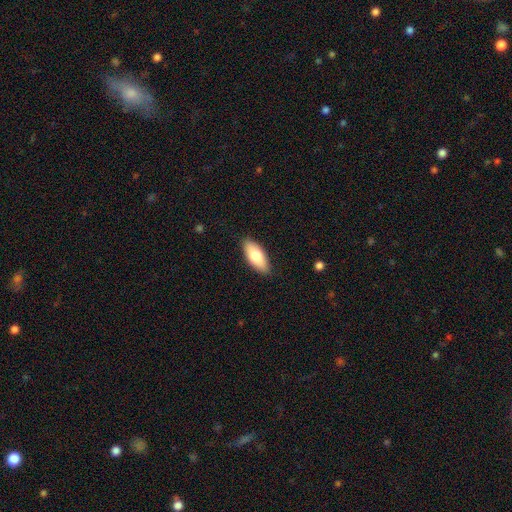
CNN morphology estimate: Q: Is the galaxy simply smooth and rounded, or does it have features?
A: smooth — 77%.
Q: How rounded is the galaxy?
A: in between — 83%.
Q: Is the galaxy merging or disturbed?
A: none — 88%.